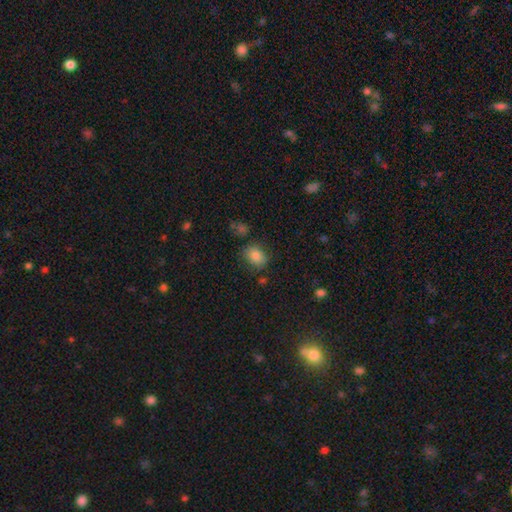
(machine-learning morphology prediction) smooth 82%, star or artifact 10%, featured or disk 8%. Down the decision tree: how rounded — in between (59%); merging — none (74%).